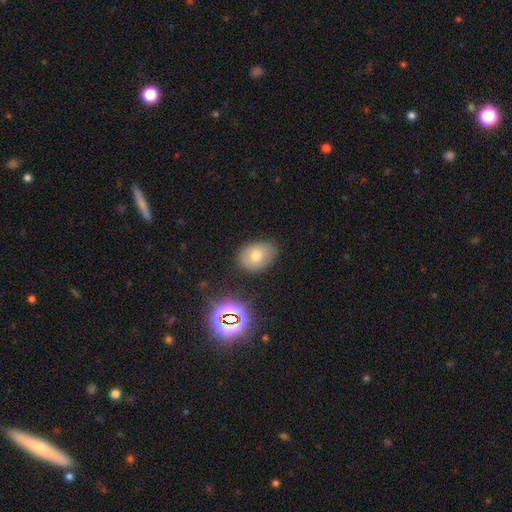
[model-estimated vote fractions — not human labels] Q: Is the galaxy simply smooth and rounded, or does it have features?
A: smooth — 68%.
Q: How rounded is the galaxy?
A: in between — 67%.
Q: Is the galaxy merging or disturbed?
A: none — 76%.